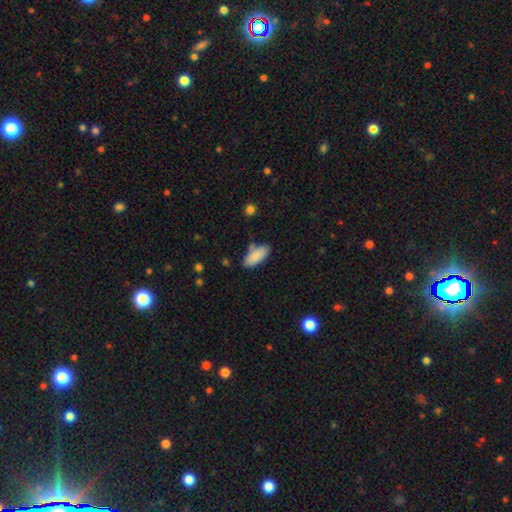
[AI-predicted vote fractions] A smooth galaxy with no disk features (86%) that is in between round and cigar-shaped (86%).

Vote fractions:
- Smooth or featured? smooth: 86% / featured or disk: 7% / star or artifact: 6%
- How rounded? in between: 86% / cigar-shaped: 12% / round: 2%
- Merging? none: 70% / minor disturbance: 20% / merger: 6% / major disturbance: 4%